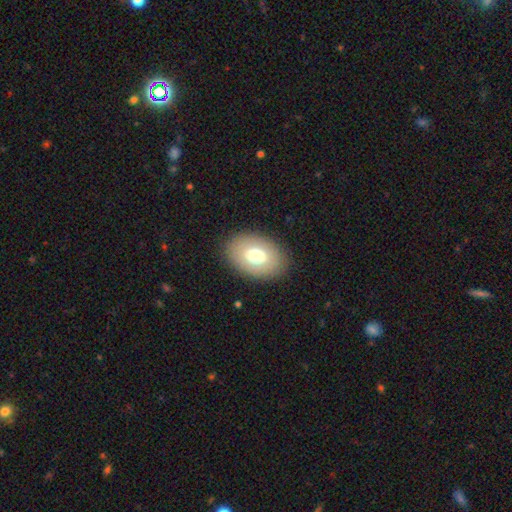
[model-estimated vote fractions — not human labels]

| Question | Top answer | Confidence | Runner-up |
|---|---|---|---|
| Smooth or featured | smooth | 70% | featured or disk (21%) |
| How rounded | in between | 85% | round (14%) |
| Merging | none | 87% | minor disturbance (9%) |